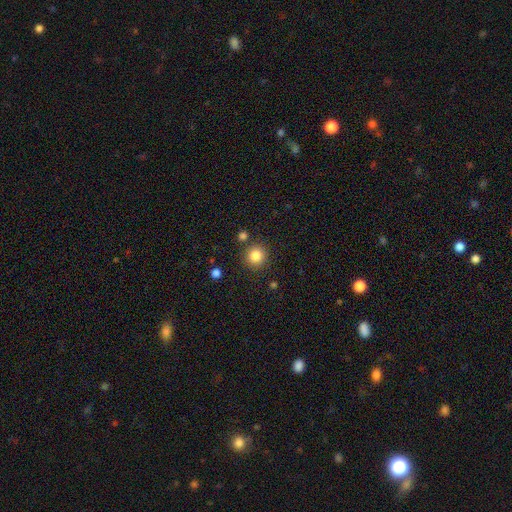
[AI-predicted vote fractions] smooth 84%, star or artifact 11%, featured or disk 5%. Down the decision tree: how rounded — round (93%); merging — none (86%).